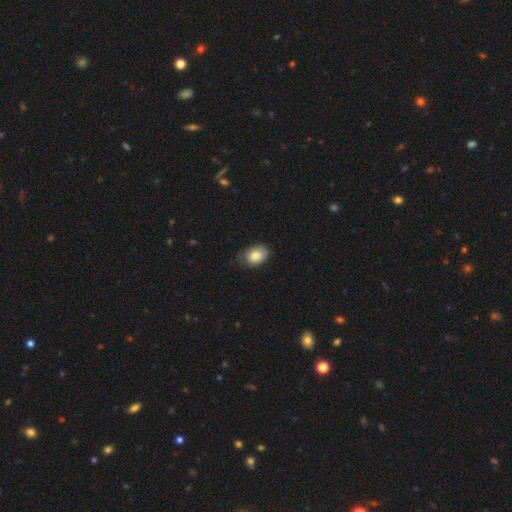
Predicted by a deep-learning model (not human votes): Smooth or featured: smooth — 84% (featured or disk — 8%)
How rounded: in between — 74% (round — 25%)
Merging: none — 65% (minor disturbance — 29%)